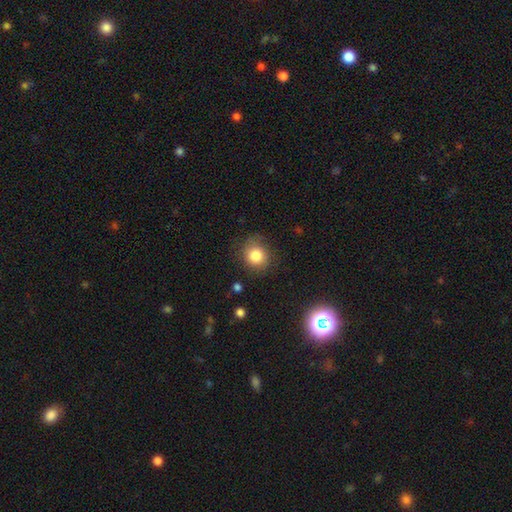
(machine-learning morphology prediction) A smooth galaxy with no disk features (81%) that is round (83%).

Vote fractions:
- Smooth or featured? smooth: 81% / star or artifact: 11% / featured or disk: 8%
- How rounded? round: 83% / in between: 17% / cigar-shaped: 1%
- Merging? none: 79% / minor disturbance: 15% / major disturbance: 5% / merger: 2%